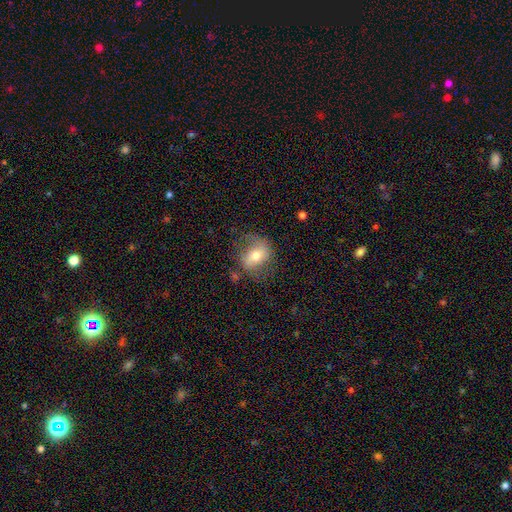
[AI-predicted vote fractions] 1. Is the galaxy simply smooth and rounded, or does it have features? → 49% smooth, 42% featured or disk, 9% star or artifact.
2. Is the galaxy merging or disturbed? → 59% none, 24% minor disturbance, 14% major disturbance, 3% merger.